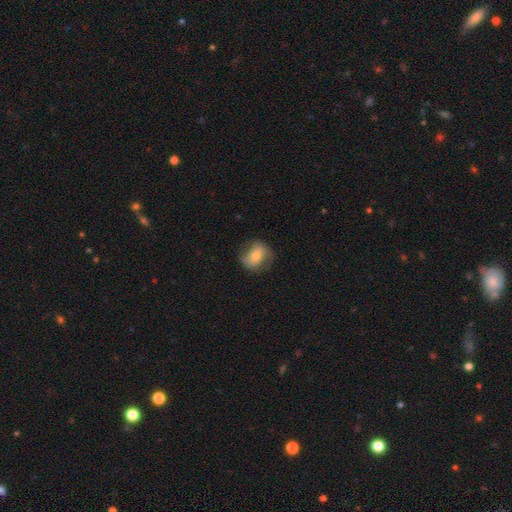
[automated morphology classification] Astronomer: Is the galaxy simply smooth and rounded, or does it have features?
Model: featured or disk — 49% (runner-up: smooth, 43%).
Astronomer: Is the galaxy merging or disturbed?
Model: none — 71%.